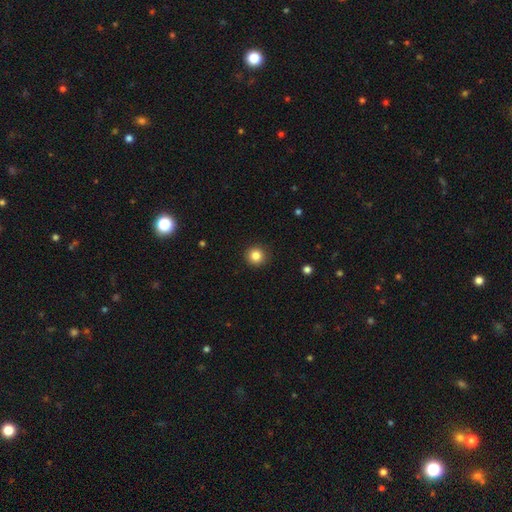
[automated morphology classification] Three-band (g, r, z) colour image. It shows a smooth galaxy with no disk features (85%) that is round (95%). Merging: none (92%).